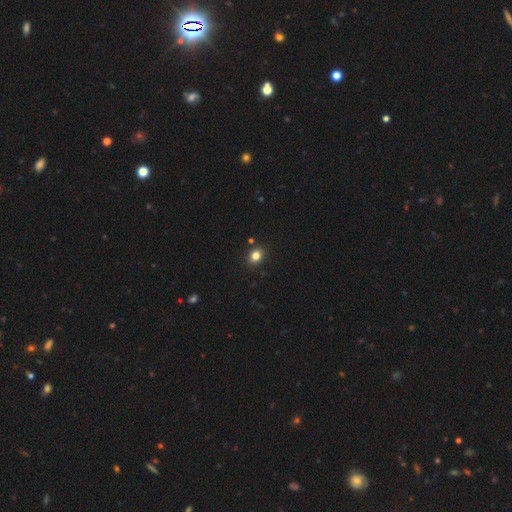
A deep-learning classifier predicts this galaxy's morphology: A smooth galaxy with no disk features (82%) that is round (58%). Merging: none (87%).